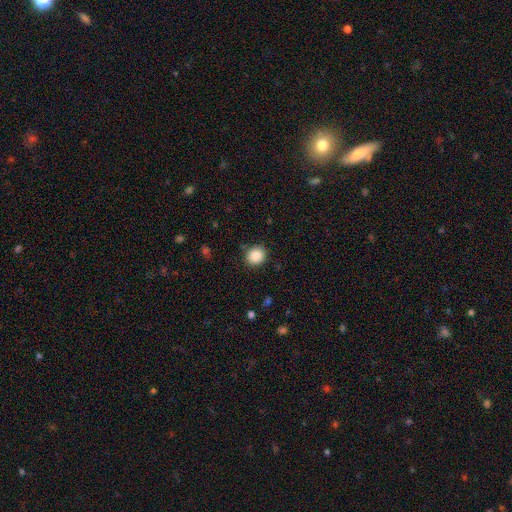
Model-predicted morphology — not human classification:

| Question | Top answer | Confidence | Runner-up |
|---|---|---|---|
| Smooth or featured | smooth | 88% | star or artifact (9%) |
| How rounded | round | 82% | in between (17%) |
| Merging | none | 87% | minor disturbance (9%) |